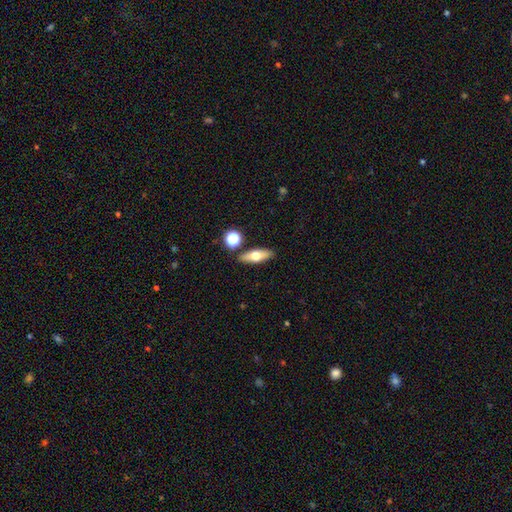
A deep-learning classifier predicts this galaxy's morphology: smooth-or-featured: smooth: 58% | featured or disk: 34% | star or artifact: 8%
  how-rounded: in between: 60% | cigar-shaped: 34% | round: 7%
  merging: none: 84% | minor disturbance: 8% | merger: 5% | major disturbance: 2%